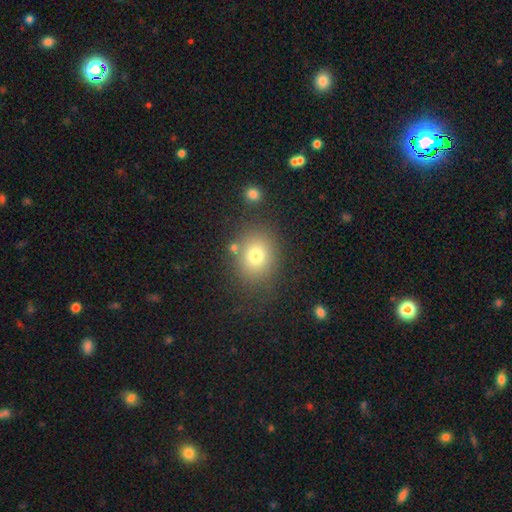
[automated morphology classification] smooth_or_featured: smooth (p=0.75) [alt: star or artifact p=0.13]
how_rounded: round (p=0.61) [alt: in between p=0.38]
merging: none (p=0.74) [alt: minor disturbance p=0.13]